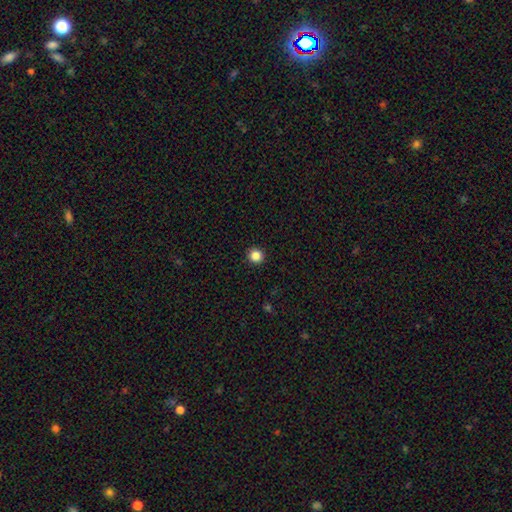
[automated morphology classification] This is clearly a smooth galaxy (86%). How rounded: clearly round (95%). Merging: clearly none (93%).